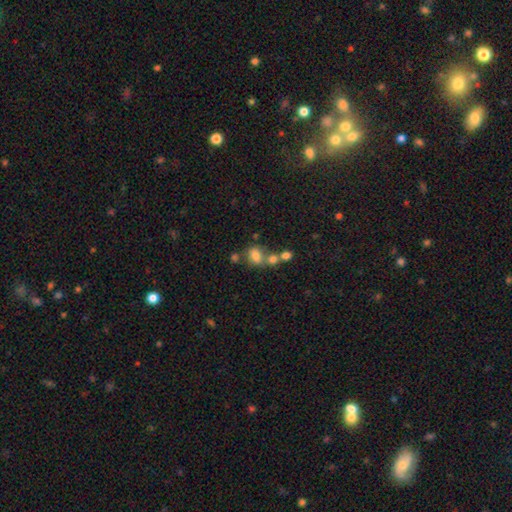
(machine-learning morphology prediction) smooth 74%, featured or disk 13%, star or artifact 13%. Down the decision tree: how rounded — in between (55%); merging — none (44%).